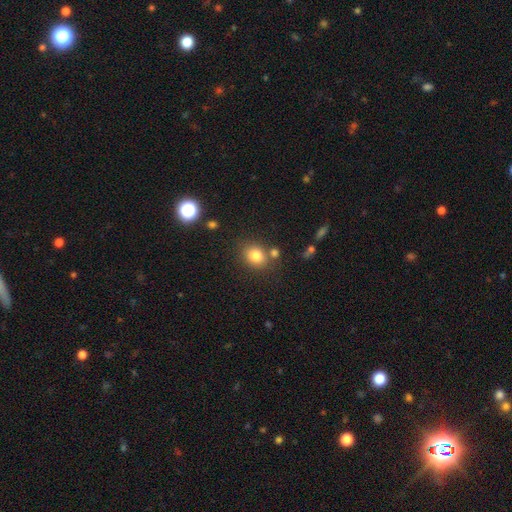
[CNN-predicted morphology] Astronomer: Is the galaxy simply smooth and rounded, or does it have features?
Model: smooth — 81%.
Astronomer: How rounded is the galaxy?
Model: round — 59% (runner-up: in between, 40%).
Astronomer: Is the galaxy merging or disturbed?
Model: none — 73%.